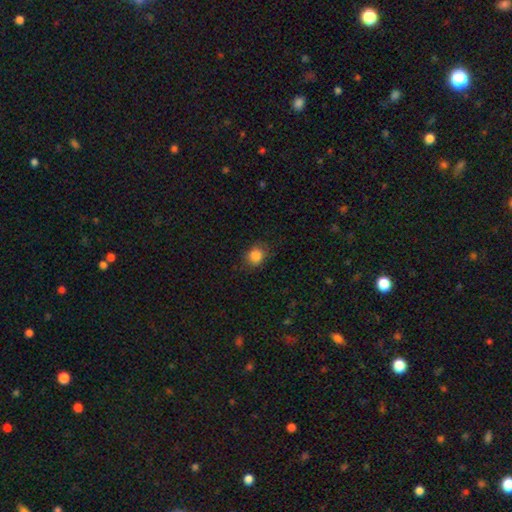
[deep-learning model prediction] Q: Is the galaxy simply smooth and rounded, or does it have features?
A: smooth — 85%.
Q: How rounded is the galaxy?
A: round — 70%.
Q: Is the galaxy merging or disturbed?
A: none — 78%.